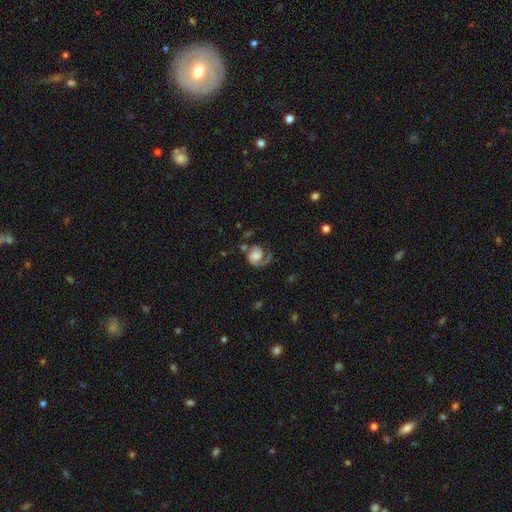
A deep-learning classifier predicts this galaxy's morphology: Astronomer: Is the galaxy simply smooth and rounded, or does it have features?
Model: featured or disk — 75%.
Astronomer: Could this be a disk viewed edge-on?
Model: no — 98%.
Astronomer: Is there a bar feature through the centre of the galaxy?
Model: no — 67%.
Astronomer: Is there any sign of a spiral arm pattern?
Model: yes — 94%.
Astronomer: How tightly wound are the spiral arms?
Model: medium — 41% (runner-up: tight, 34%).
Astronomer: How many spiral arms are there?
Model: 1 — 69%.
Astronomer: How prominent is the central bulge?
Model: none — 27% (runner-up: small, 25%).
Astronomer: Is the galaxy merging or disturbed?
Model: none — 46% (runner-up: major disturbance, 30%).